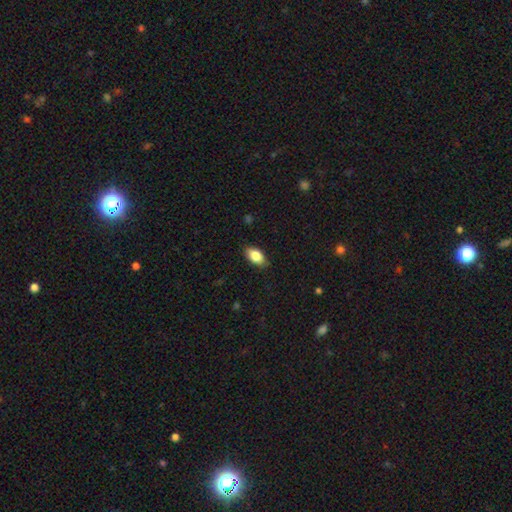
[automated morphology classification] Overall: smooth (85%). How rounded: in between (92%). Merging: none (86%).